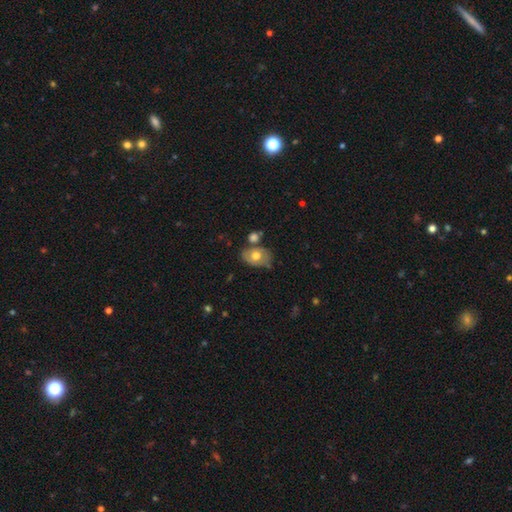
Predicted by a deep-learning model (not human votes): The model was most divided on "smooth or featured": smooth: 58%, featured or disk: 35%, star or artifact: 7%. More confident: how rounded — in between (77%); merging — none (56%).